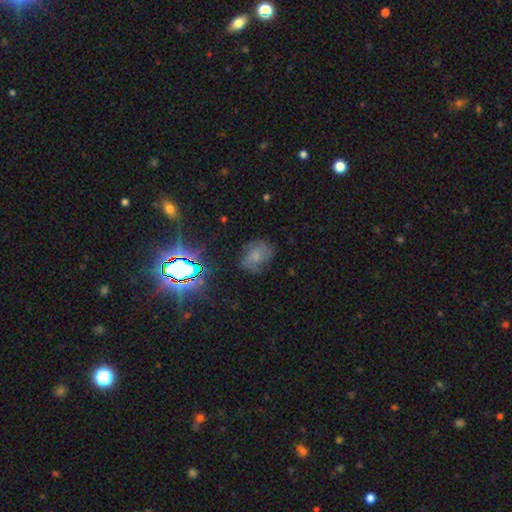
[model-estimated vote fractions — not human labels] smooth 43%, featured or disk 30%, star or artifact 27%. Down the decision tree: merging — none (63%).